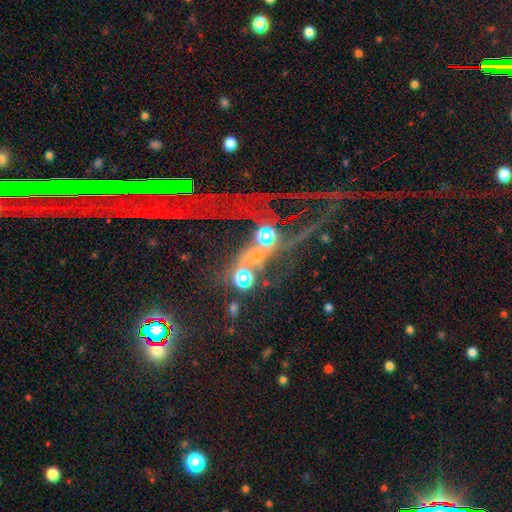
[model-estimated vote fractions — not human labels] smooth_or_featured: star or artifact (p=0.35) [alt: smooth p=0.33]